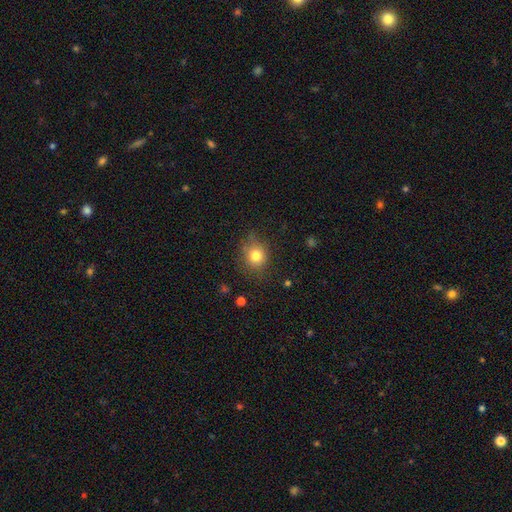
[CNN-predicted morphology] smooth_or_featured: smooth (p=0.80) [alt: star or artifact p=0.12]
how_rounded: round (p=0.80) [alt: in between p=0.19]
merging: none (p=0.77) [alt: minor disturbance p=0.16]